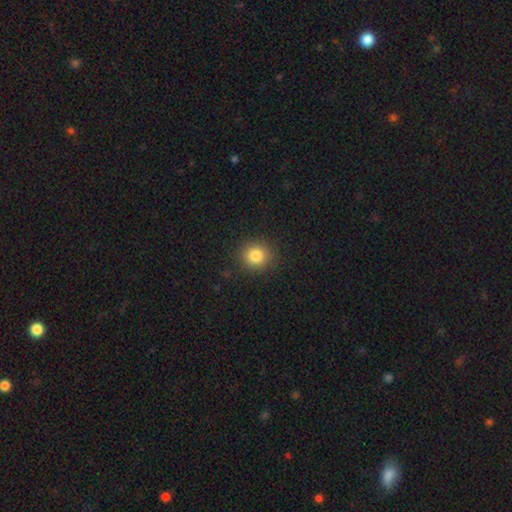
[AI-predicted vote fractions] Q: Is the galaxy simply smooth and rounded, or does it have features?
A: smooth — 83%.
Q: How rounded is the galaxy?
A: round — 87%.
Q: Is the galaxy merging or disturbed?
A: none — 90%.